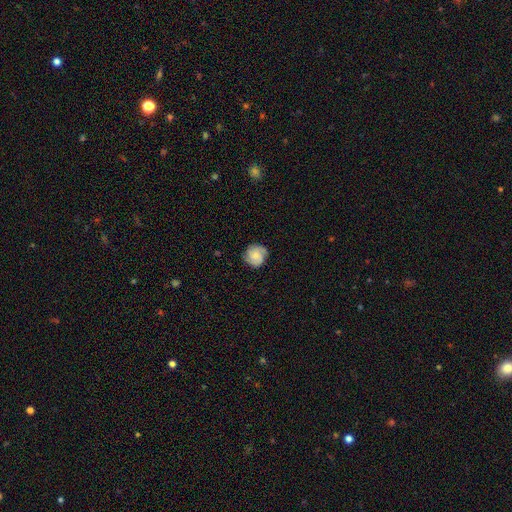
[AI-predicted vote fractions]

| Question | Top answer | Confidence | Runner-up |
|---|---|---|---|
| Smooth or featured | featured or disk | 59% | smooth (33%) |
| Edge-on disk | no | 98% | yes (2%) |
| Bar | no | 72% | weak (24%) |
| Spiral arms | yes | 95% | no (5%) |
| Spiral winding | tight | 55% | medium (36%) |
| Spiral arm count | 3 | 46% | 2 (24%) |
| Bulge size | small | 49% | moderate (29%) |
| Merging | none | 80% | minor disturbance (15%) |